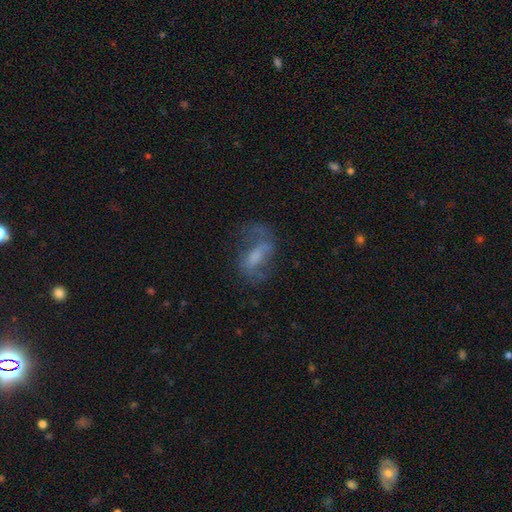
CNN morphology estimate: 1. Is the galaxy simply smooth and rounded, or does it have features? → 61% featured or disk, 27% smooth, 12% star or artifact.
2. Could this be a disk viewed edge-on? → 91% no, 9% yes.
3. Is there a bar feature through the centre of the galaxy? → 43% weak, 32% strong, 25% no.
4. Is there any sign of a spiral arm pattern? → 77% yes, 23% no.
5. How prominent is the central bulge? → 35% moderate, 31% small, 22% none, 11% large, 2% dominant.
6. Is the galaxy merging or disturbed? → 57% none, 21% major disturbance, 20% minor disturbance, 2% merger.